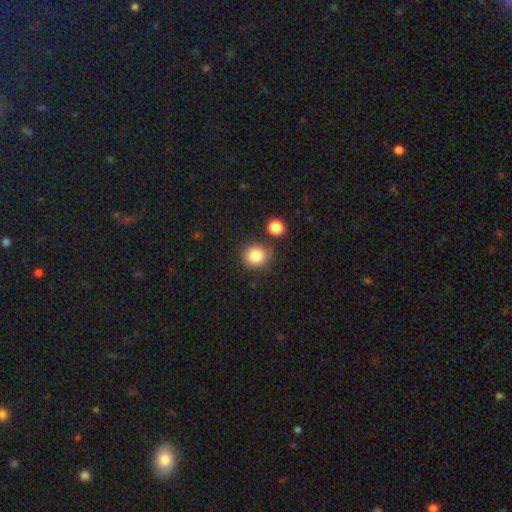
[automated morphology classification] The model was most divided on "merging": none: 80%, minor disturbance: 9%, merger: 7%, major disturbance: 3%. More confident: how rounded — round (88%); smooth or featured — smooth (84%).